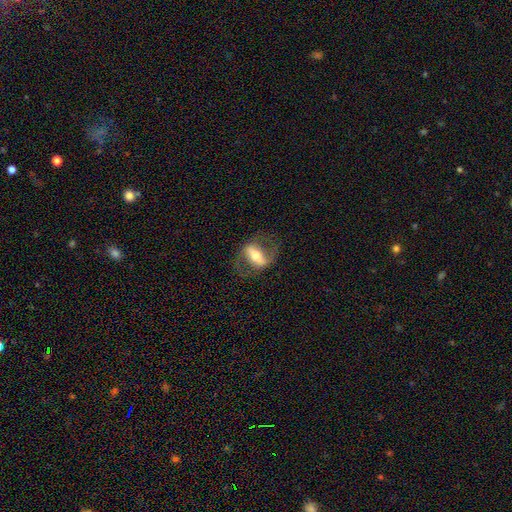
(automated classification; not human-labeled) Smooth or featured? featured or disk (75%)
Edge-on disk? no (82%)
Bar? strong (70%)
Spiral arms? yes (69%)
Bulge size? moderate (63%)
Merging? none (72%)